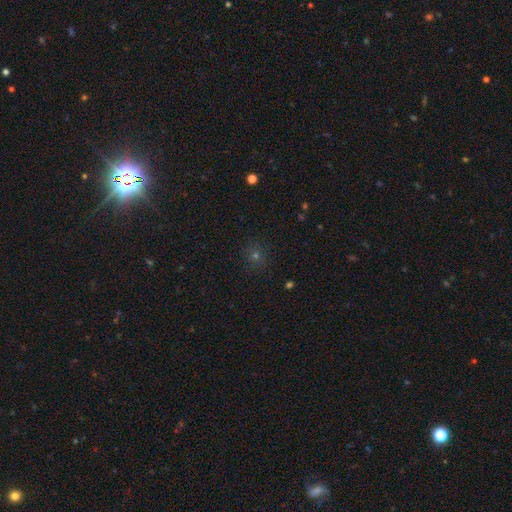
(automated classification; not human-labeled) Morphology: type=smooth (56%); roundness=round (90%); merging=none (88%).